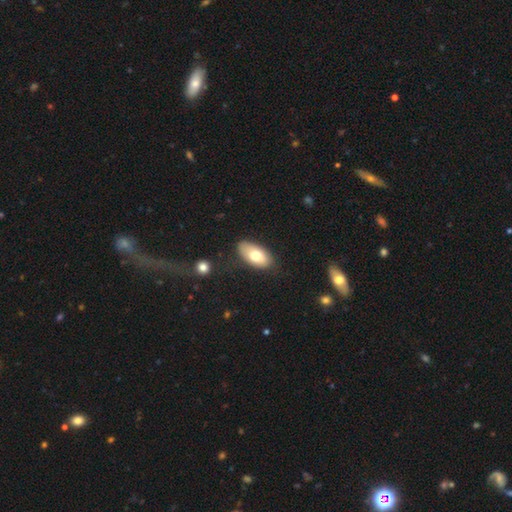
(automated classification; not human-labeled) This appears to be a smooth galaxy with no disk features (73%) that is in between round and cigar-shaped (92%). Merging: none (79%).